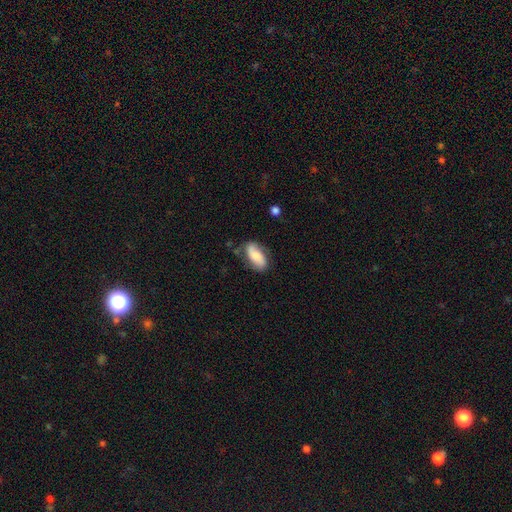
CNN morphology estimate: smooth_or_featured: smooth (p=0.67) [alt: featured or disk p=0.26]
how_rounded: in between (p=0.89) [alt: cigar-shaped p=0.08]
merging: none (p=0.66) [alt: minor disturbance p=0.24]